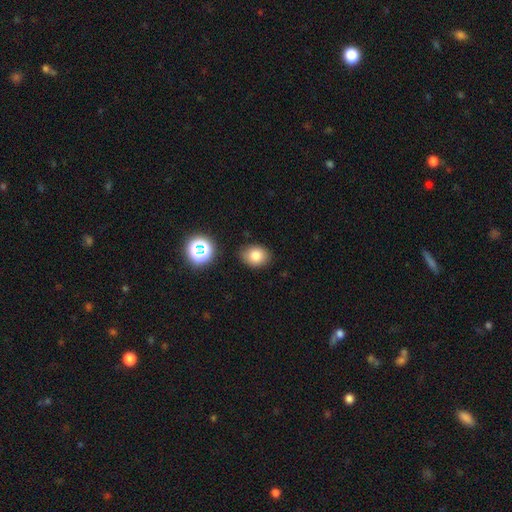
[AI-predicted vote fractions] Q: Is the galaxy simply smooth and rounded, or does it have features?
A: smooth — 79%.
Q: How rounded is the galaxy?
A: in between — 55%.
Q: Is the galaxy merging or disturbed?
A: none — 84%.